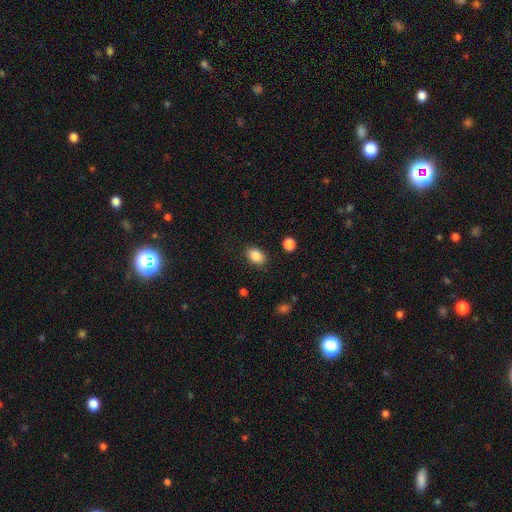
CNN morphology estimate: Smooth or featured: smooth — 87% (star or artifact — 9%)
How rounded: in between — 78% (round — 21%)
Merging: none — 86% (minor disturbance — 9%)